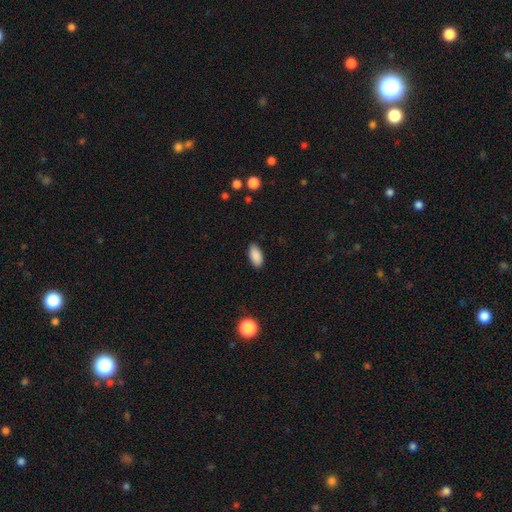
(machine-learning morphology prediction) This is clearly a smooth galaxy (89%). How rounded: clearly in between (93%). Merging: clearly none (88%).